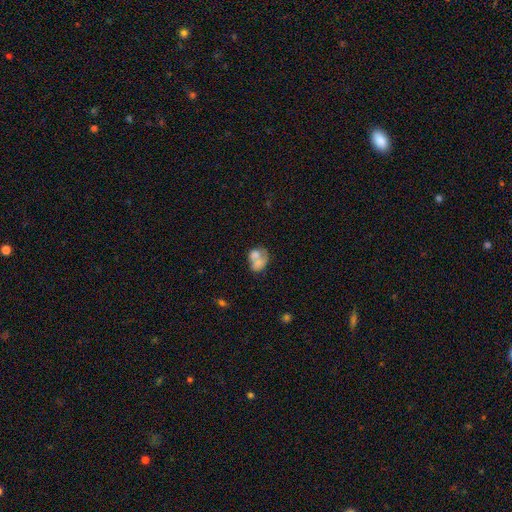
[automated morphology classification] Q: Smooth or featured?
A: smooth (60%); runner-up: featured or disk (31%)
Q: How rounded?
A: in between (59%); runner-up: round (40%)
Q: Merging?
A: merger (62%); runner-up: none (19%)